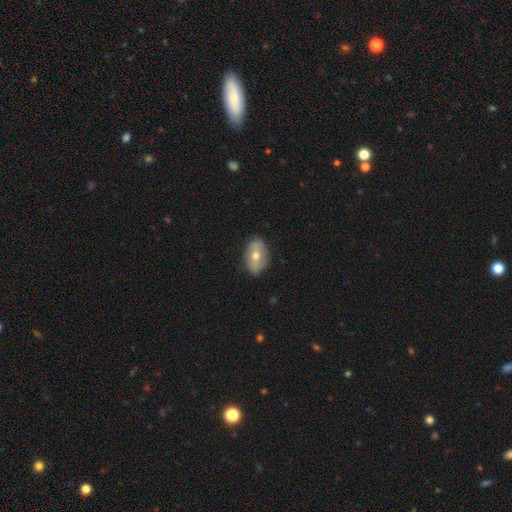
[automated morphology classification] Smooth or featured? Predicted: featured or disk (p=0.51). Edge-on disk? Predicted: no (p=0.87). Merging? Predicted: none (p=0.82).